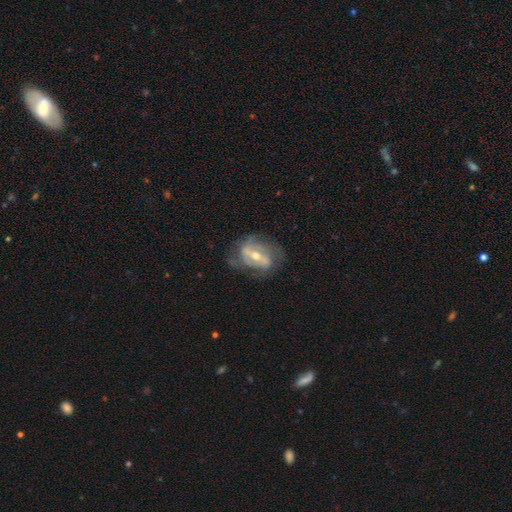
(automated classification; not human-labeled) This appears to be a featured or disk galaxy (80%) with a strong bar (47%), 2 (56%) medium (43%) spiral arms (81%) and a moderate central bulge (59%). Merging: none (60%).